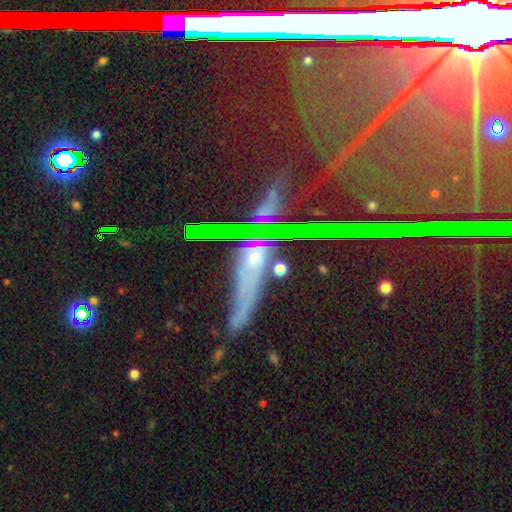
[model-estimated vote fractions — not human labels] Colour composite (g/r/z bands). It shows a star or artifact, not a galaxy (47%).